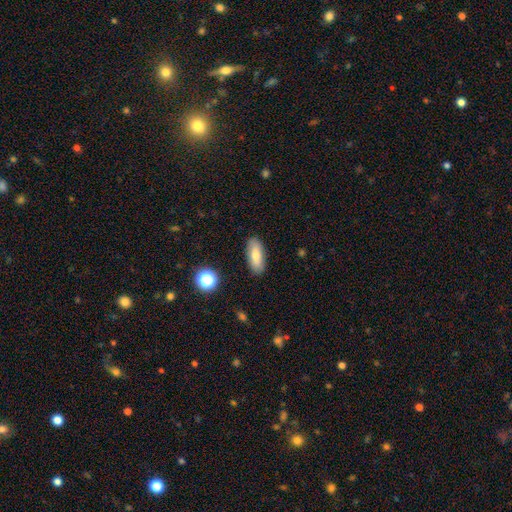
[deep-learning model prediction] The model was most divided on "how rounded": in between: 74%, cigar-shaped: 22%, round: 3%. More confident: merging — none (87%); smooth or featured — smooth (74%).